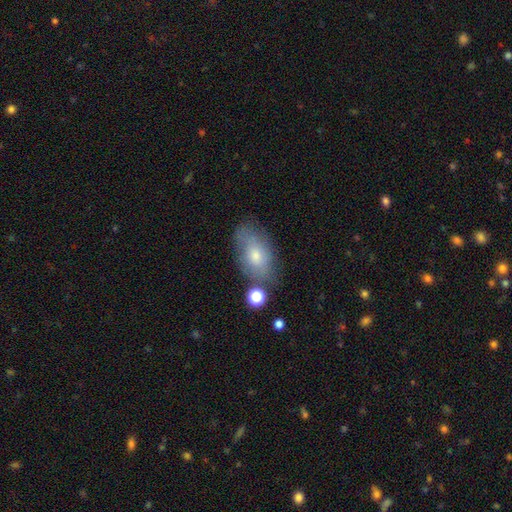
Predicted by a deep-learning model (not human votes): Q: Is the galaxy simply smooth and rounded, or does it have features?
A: smooth — 67%.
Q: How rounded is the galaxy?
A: in between — 89%.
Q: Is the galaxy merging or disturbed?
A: none — 65%.